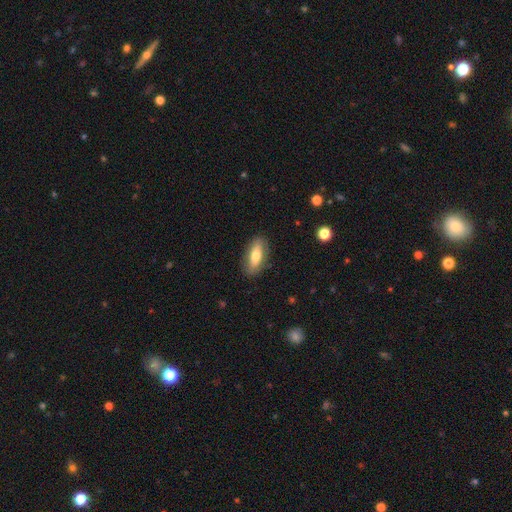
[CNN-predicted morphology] A smooth galaxy with no disk features (68%) that is in between round and cigar-shaped (77%).

Vote fractions:
- Smooth or featured? smooth: 68% / featured or disk: 26% / star or artifact: 6%
- How rounded? in between: 77% / cigar-shaped: 19% / round: 3%
- Merging? none: 85% / minor disturbance: 11% / major disturbance: 3% / merger: 1%